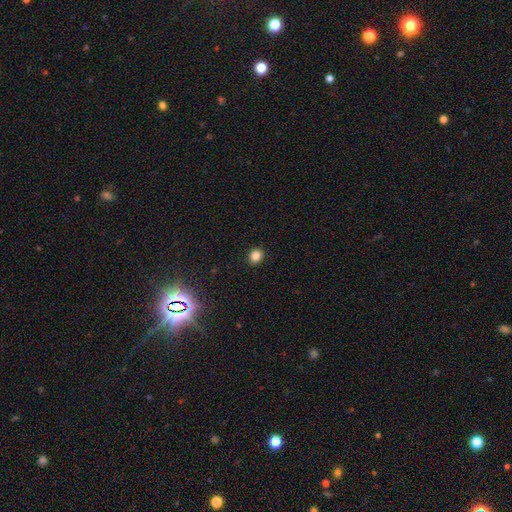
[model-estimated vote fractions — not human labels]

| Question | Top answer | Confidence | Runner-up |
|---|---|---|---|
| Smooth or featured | smooth | 84% | star or artifact (13%) |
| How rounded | round | 70% | in between (29%) |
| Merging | none | 91% | minor disturbance (6%) |